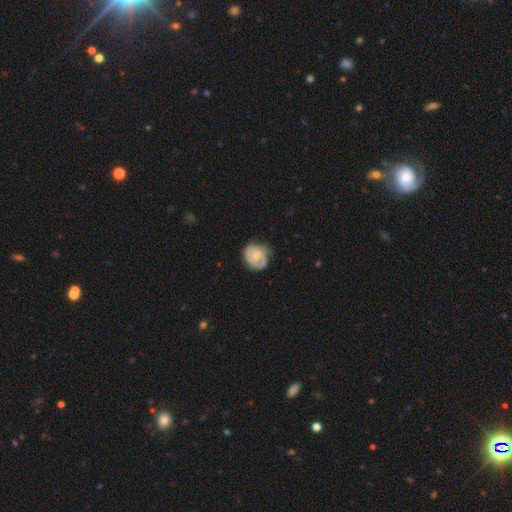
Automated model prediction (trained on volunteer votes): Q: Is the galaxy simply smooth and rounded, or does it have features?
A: smooth — 48%.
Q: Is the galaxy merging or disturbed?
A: none — 62%.